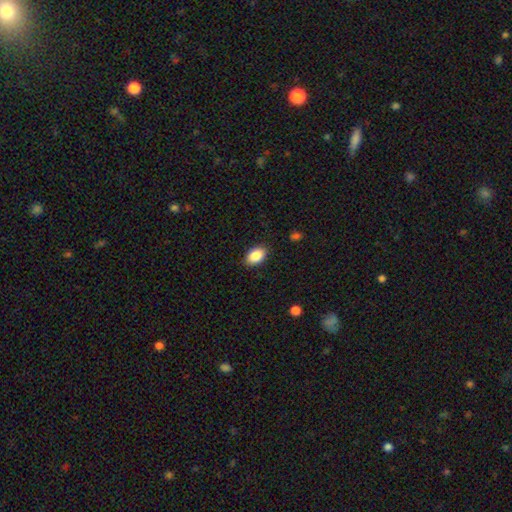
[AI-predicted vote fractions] Smooth or featured? Predicted: smooth (p=0.87). How rounded? Predicted: in between (p=0.87). Merging? Predicted: none (p=0.86).